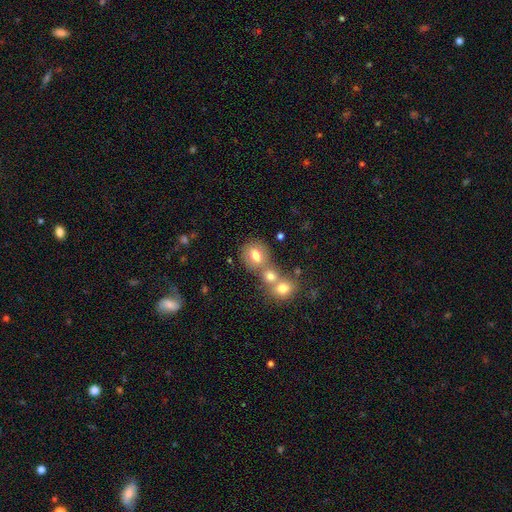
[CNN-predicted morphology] The model was most divided on "merging": none: 45%, merger: 42%, minor disturbance: 9%, major disturbance: 4%. More confident: smooth or featured — smooth (72%); how rounded — round (62%).